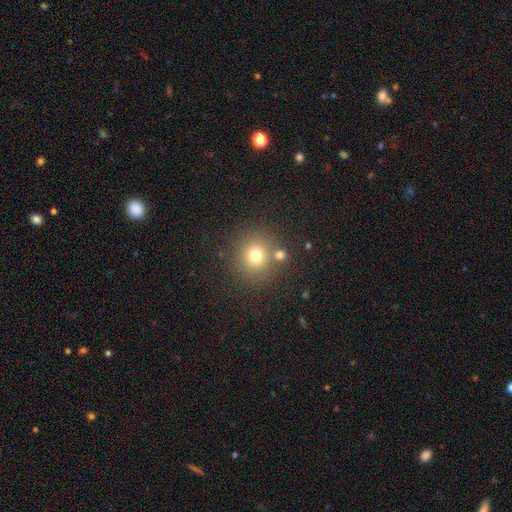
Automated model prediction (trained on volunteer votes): Overall: smooth (73%). How rounded: round (88%). Merging: none (76%).